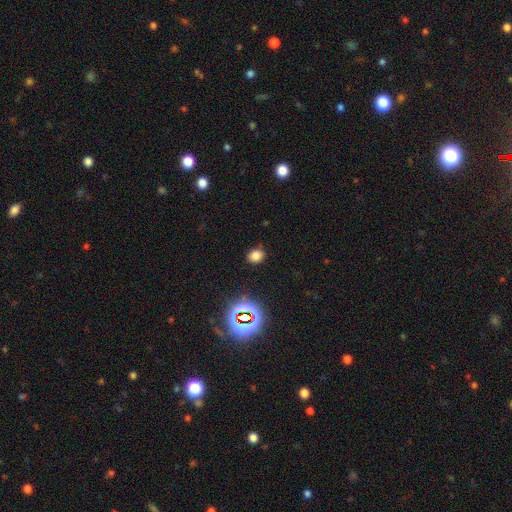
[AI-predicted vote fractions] Q: Smooth or featured?
A: smooth (74%); runner-up: star or artifact (20%)
Q: How rounded?
A: in between (51%); runner-up: round (47%)
Q: Merging?
A: none (86%); runner-up: minor disturbance (10%)